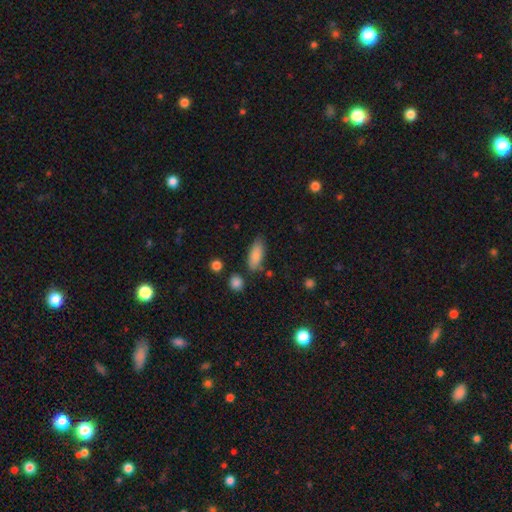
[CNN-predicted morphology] smooth 85%, featured or disk 8%, star or artifact 7%. Down the decision tree: how rounded — in between (78%); merging — none (74%).